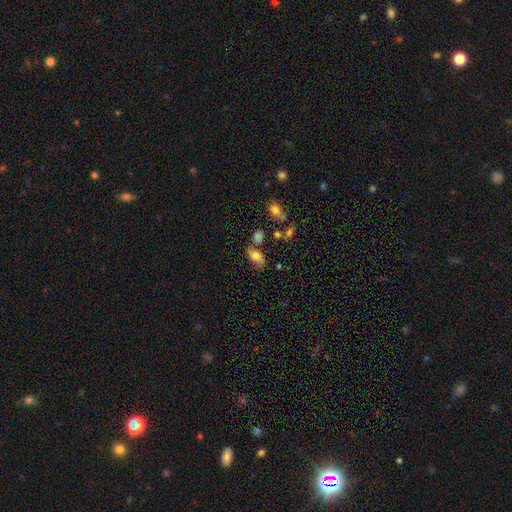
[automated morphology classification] Smooth or featured? Predicted: featured or disk (p=0.47). Merging? Predicted: none (p=0.47).